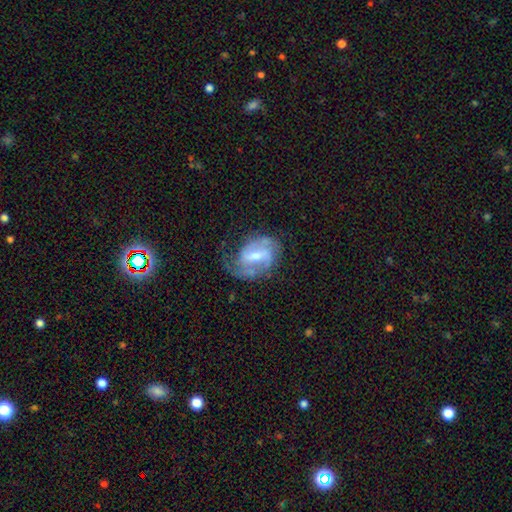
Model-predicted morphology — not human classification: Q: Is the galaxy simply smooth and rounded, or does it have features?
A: featured or disk — 84%.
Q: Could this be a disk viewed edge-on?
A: no — 97%.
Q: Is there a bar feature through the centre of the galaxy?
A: weak — 53%.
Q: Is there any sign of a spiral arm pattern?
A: yes — 94%.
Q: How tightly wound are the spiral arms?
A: medium — 49%.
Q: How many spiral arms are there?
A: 2 — 71%.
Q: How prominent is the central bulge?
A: moderate — 53%.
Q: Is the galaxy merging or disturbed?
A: none — 59%.